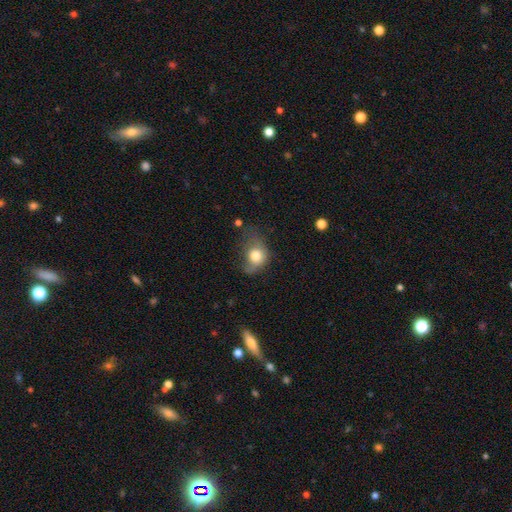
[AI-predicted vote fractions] Morphology: type=smooth (73%); roundness=in between (54%); merging=major disturbance (39%).